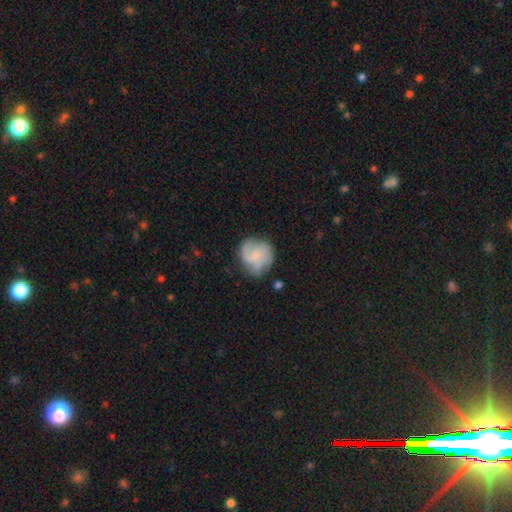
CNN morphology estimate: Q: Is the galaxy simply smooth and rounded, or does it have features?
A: featured or disk — 48%.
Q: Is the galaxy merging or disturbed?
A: none — 65%.